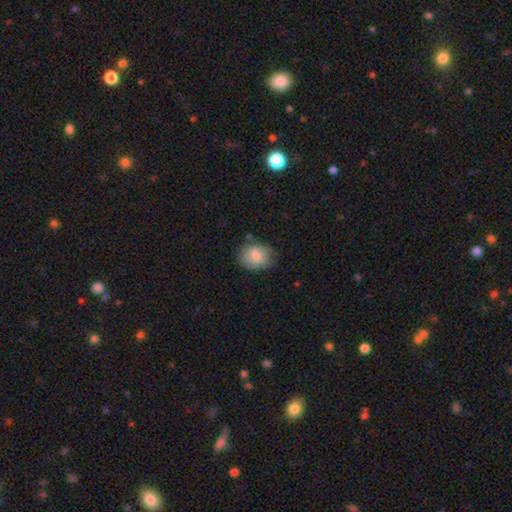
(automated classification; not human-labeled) Smooth or featured: smooth — 80% (featured or disk — 13%)
How rounded: in between — 51% (round — 48%)
Merging: none — 70% (minor disturbance — 23%)